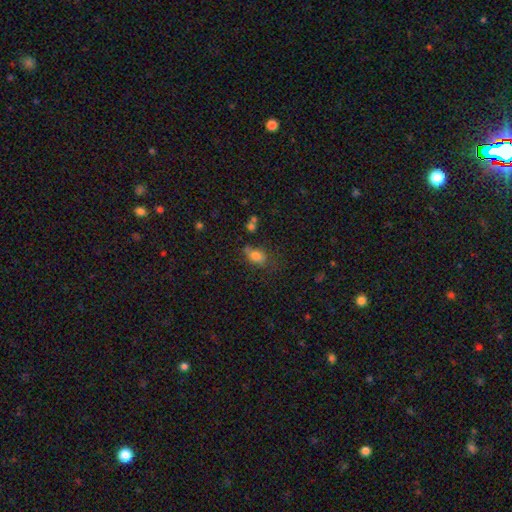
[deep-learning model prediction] This appears to be a smooth galaxy with no disk features (78%) that is in between round and cigar-shaped (72%). Merging: none (47%).